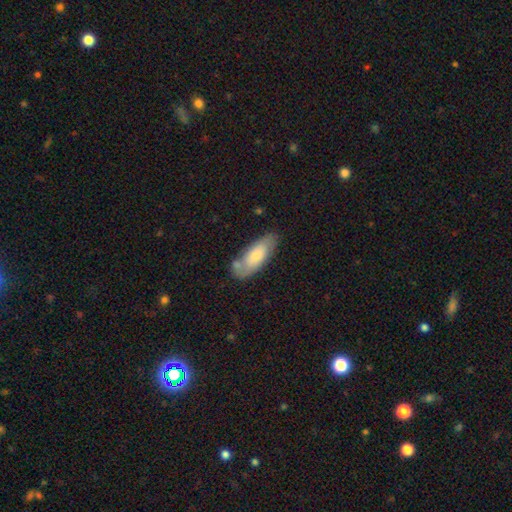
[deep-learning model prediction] Smooth or featured? smooth (68%)
How rounded? in between (76%)
Merging? none (63%)